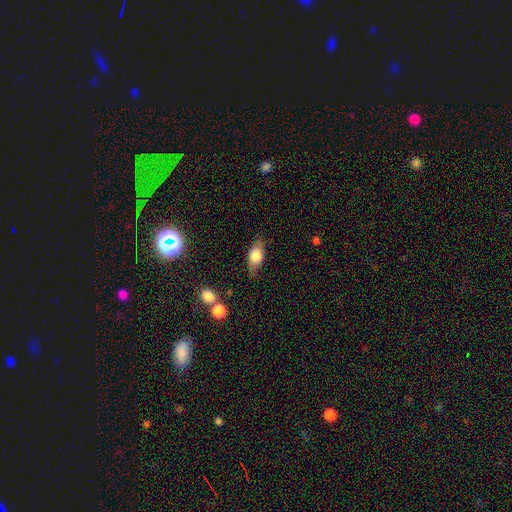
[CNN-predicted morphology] type=smooth (70%); roundness=in between (82%); merging=none (75%).